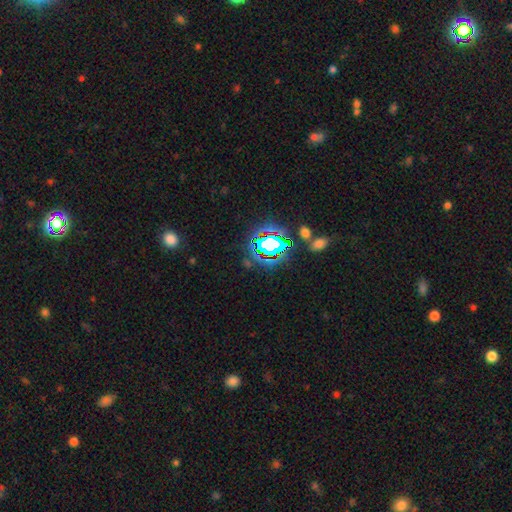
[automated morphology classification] type=star or artifact (78%).